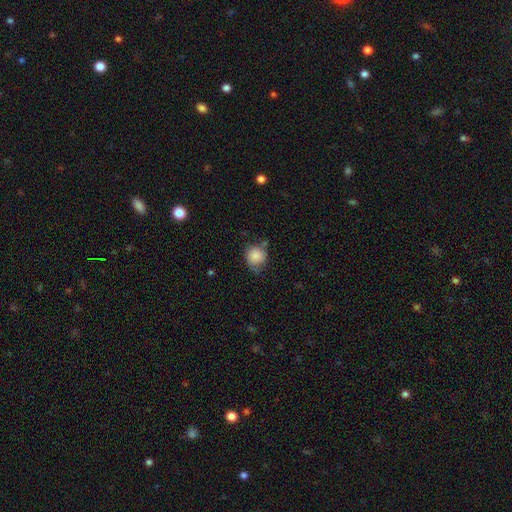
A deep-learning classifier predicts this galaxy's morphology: Overall: smooth (84%). How rounded: round (84%). Merging: none (55%; minor disturbance 32%).